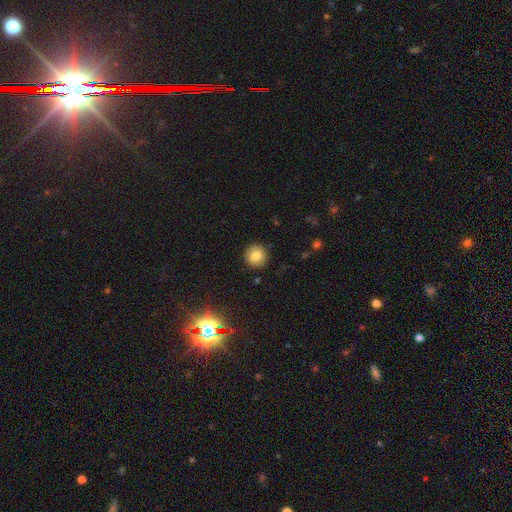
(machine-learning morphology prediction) Q: Smooth or featured?
A: smooth (82%); runner-up: star or artifact (11%)
Q: How rounded?
A: round (93%); runner-up: in between (6%)
Q: Merging?
A: none (90%); runner-up: minor disturbance (7%)